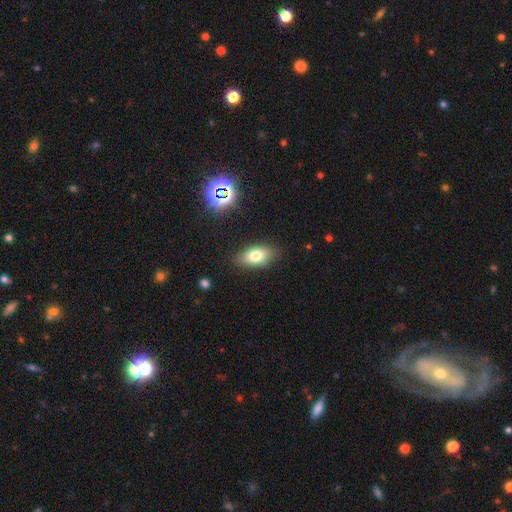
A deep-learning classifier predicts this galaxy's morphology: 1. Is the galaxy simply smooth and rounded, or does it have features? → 77% smooth, 13% featured or disk, 10% star or artifact.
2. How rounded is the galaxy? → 88% in between, 6% round, 5% cigar-shaped.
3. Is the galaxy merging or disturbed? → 84% none, 12% minor disturbance, 3% major disturbance, 1% merger.